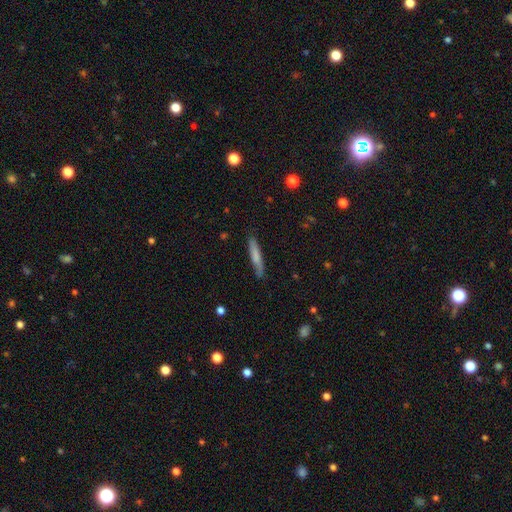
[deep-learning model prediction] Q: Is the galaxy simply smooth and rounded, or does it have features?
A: smooth — 71%.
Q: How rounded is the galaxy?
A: cigar-shaped — 91%.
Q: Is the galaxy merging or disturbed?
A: none — 81%.